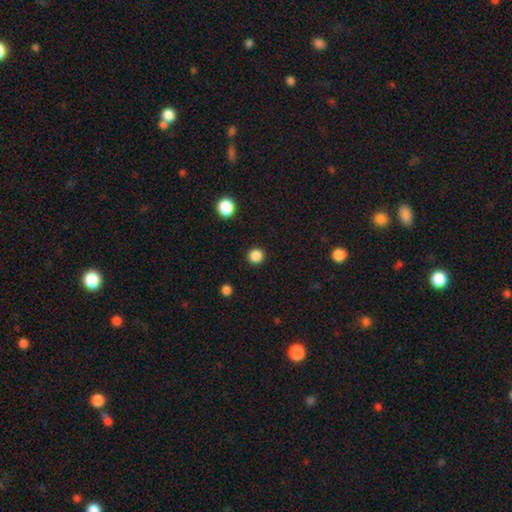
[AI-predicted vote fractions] Q: Smooth or featured?
A: smooth (86%); runner-up: star or artifact (12%)
Q: How rounded?
A: round (94%); runner-up: in between (5%)
Q: Merging?
A: none (92%); runner-up: minor disturbance (5%)